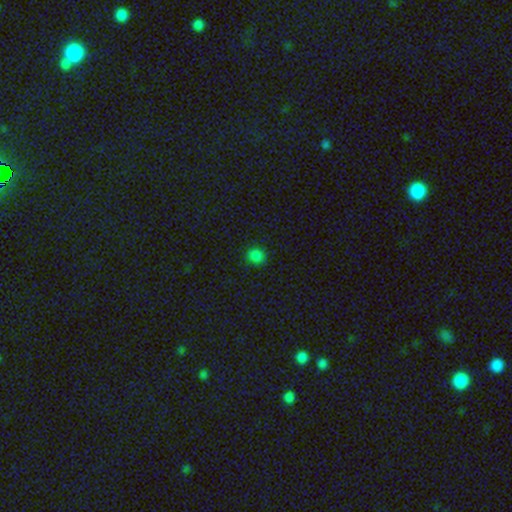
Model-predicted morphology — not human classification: type=smooth (82%); roundness=round (85%); merging=none (89%).